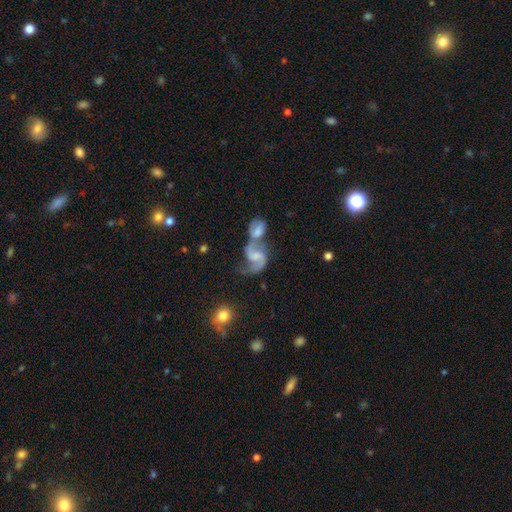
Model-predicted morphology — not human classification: This is likely a featured or disk galaxy (79%). It is clearly not viewed edge-on (97%). Bar: possibly no (46%). Spiral arm pattern: clearly yes (93%). Spiral arm count: clearly 2 (85%). Spiral winding: possibly loose (54%). Central bulge: marginally small (37%). Merging: likely merger (65%).